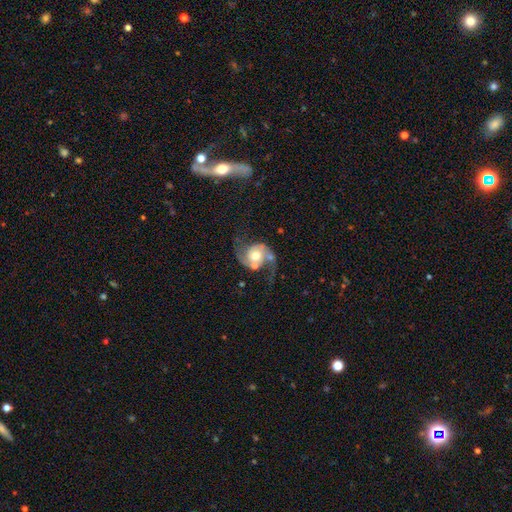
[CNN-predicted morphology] smooth-or-featured: featured or disk: 85% | smooth: 9% | star or artifact: 6%
  disk-edge-on: no: 98% | yes: 2%
    bar: no: 72% | weak: 22% | strong: 6%
    has-spiral-arms: yes: 96% | no: 4%
      spiral-winding: loose: 55% | medium: 37% | tight: 7%
      spiral-arm-count: 2: 93% | 1: 2% | can't tell: 2% | 3: 1% | 4: 1% | more than 4: 1%
    bulge-size: moderate: 68% | large: 14% | small: 14% | dominant: 2% | none: 2%
  merging: none: 60% | minor disturbance: 16% | major disturbance: 14% | merger: 10%